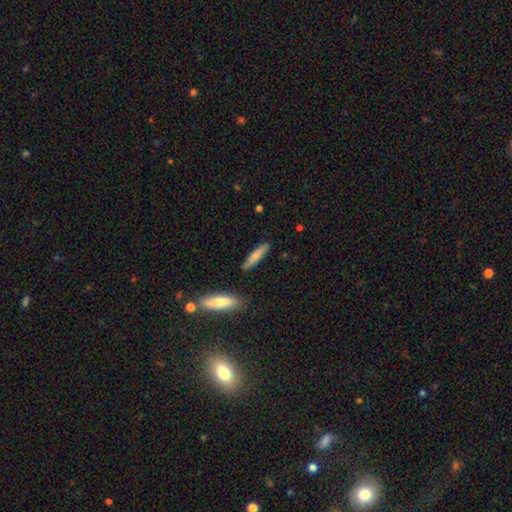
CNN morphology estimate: smooth-or-featured: smooth: 75% | featured or disk: 19% | star or artifact: 6%
  how-rounded: cigar-shaped: 82% | in between: 16% | round: 2%
  merging: none: 86% | minor disturbance: 9% | merger: 3% | major disturbance: 2%